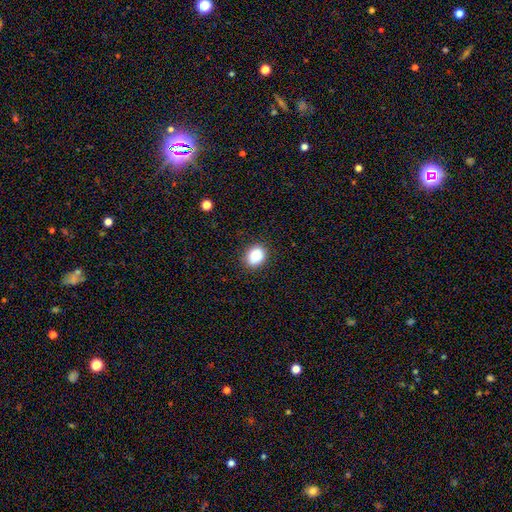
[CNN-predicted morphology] A smooth galaxy with no disk features (85%) that is in between round and cigar-shaped (50%). Merging: none (87%).